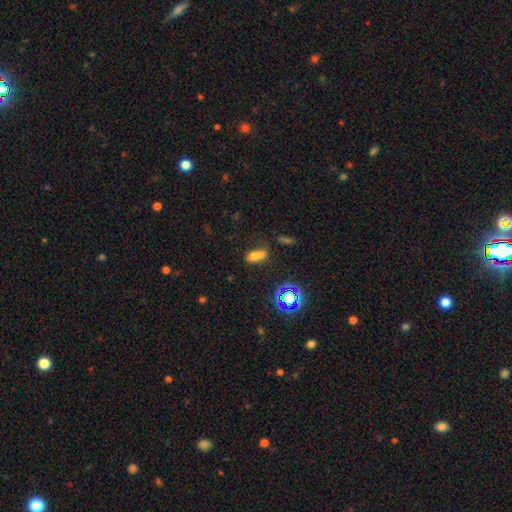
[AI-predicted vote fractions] Smooth or featured?
  - smooth: 62% *
  - star or artifact: 21%
  - featured or disk: 17%
How rounded?
  - in between: 67% *
  - round: 28%
  - cigar-shaped: 5%
Merging?
  - merger: 60% *
  - none: 26%
  - minor disturbance: 8%
  - major disturbance: 5%